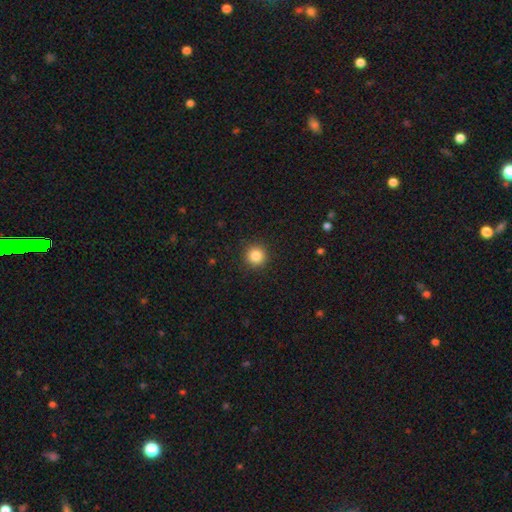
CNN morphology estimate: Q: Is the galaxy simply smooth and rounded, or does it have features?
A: smooth — 84%.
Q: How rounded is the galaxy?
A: round — 95%.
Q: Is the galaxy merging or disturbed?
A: none — 92%.